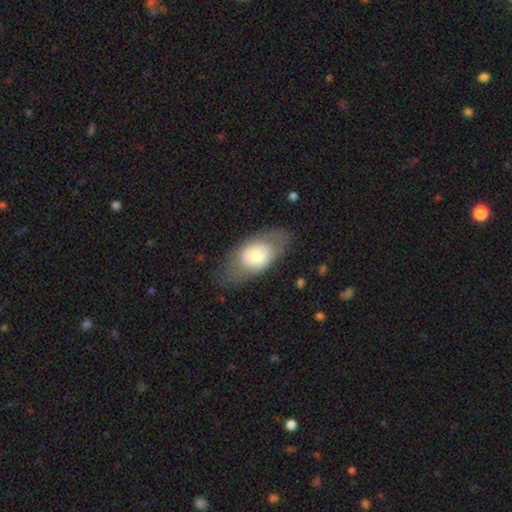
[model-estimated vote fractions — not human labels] Overall: smooth (52%; featured or disk 41%). How rounded: in between (84%). Merging: none (73%).